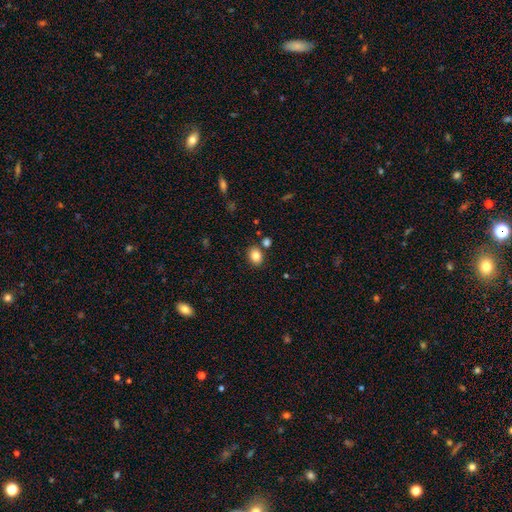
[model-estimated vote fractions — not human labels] Smooth or featured?
  - smooth: 84% *
  - star or artifact: 9%
  - featured or disk: 6%
How rounded?
  - in between: 60% *
  - round: 39%
  - cigar-shaped: 1%
Merging?
  - none: 81% *
  - minor disturbance: 9%
  - merger: 7%
  - major disturbance: 3%